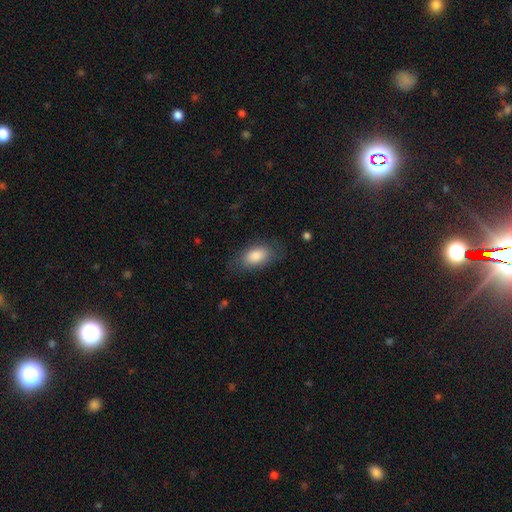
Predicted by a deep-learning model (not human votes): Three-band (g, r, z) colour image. It shows a smooth galaxy with no disk features (84%) that is in between round and cigar-shaped (91%). Merging: none (75%).